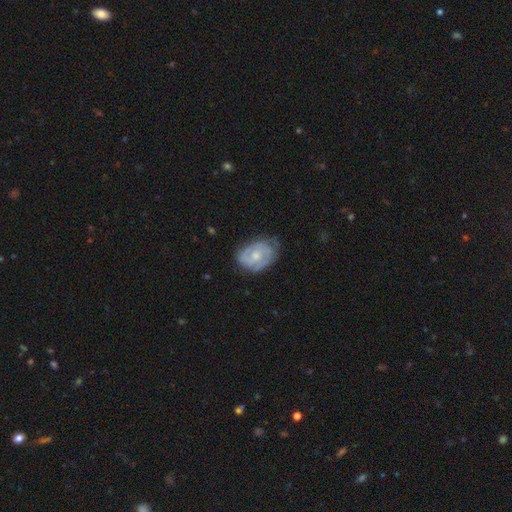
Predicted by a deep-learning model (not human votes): A featured or disk galaxy (63%) with no bar (71%), spiral arms (74%) and a moderate central bulge (52%). Merging: none (63%).